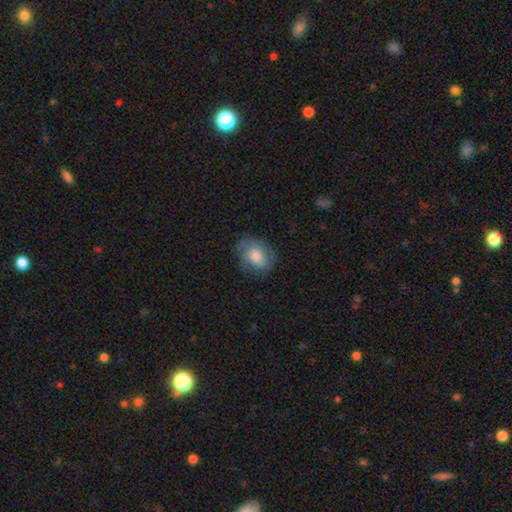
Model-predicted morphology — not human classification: Overall: smooth (64%; featured or disk 28%). How rounded: in between (54%; round 45%). Merging: none (65%).